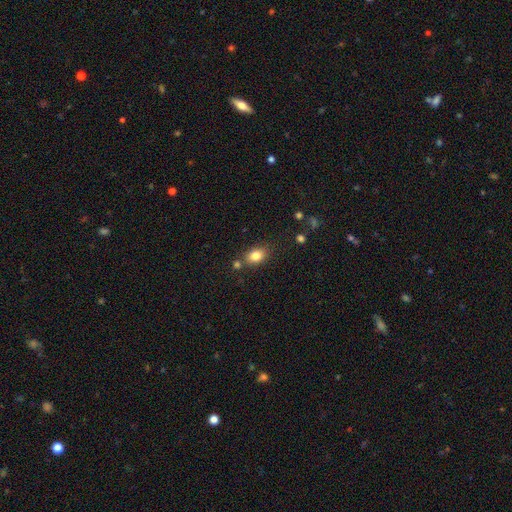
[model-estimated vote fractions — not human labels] smooth 82%, star or artifact 10%, featured or disk 8%. Down the decision tree: how rounded — in between (78%); merging — none (72%).